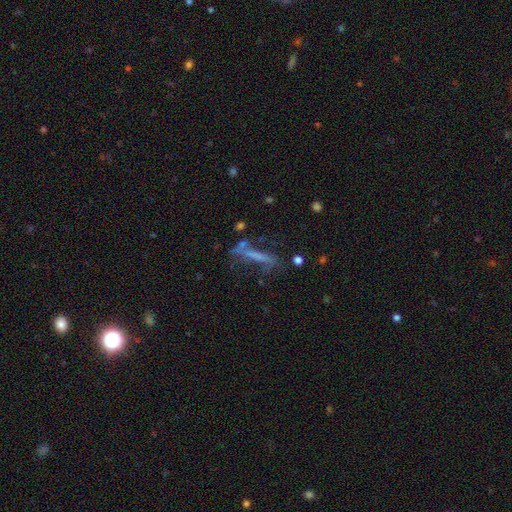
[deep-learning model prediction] This appears to be a featured or disk galaxy (45%). Merging: none (49%).